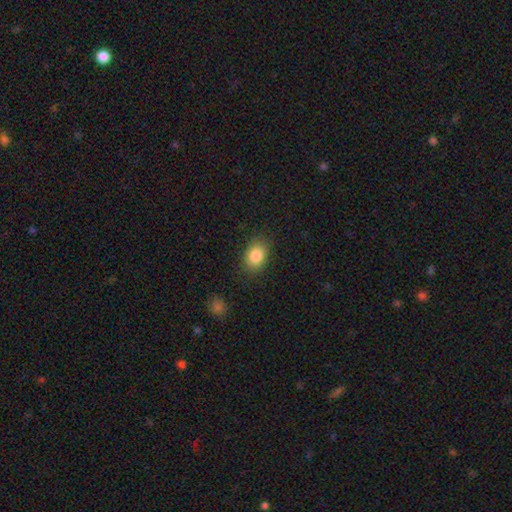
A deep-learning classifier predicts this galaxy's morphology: smooth-or-featured: smooth: 85% | star or artifact: 8% | featured or disk: 6%
  how-rounded: in between: 75% | round: 23% | cigar-shaped: 1%
  merging: none: 83% | minor disturbance: 12% | major disturbance: 3% | merger: 1%